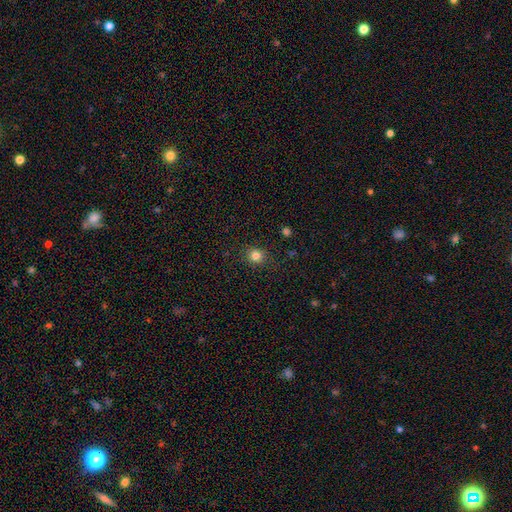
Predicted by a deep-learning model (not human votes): Q: Smooth or featured?
A: smooth (82%); runner-up: star or artifact (13%)
Q: How rounded?
A: round (85%); runner-up: in between (14%)
Q: Merging?
A: none (88%); runner-up: minor disturbance (8%)